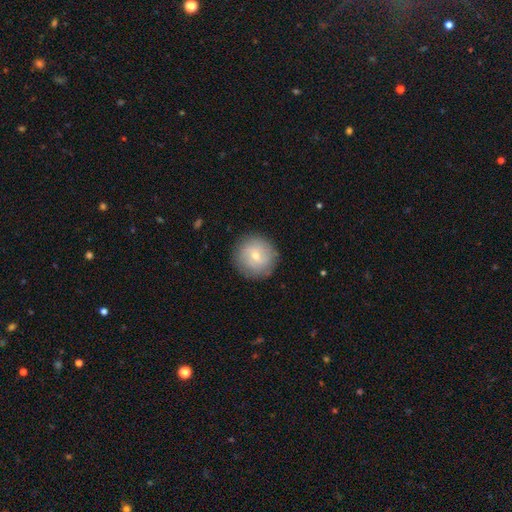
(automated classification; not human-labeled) This appears to be a smooth galaxy with no disk features (60%) that is round (94%). Merging: none (86%).